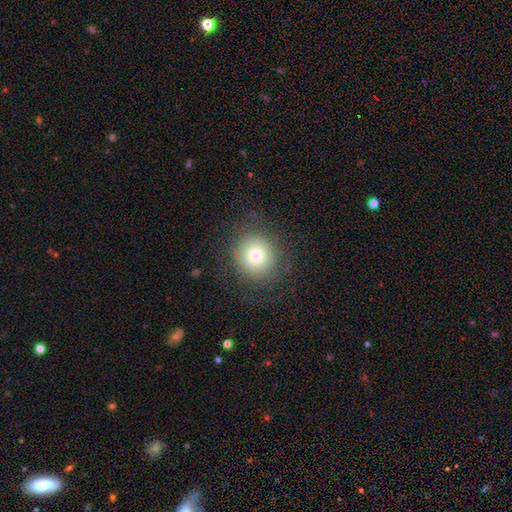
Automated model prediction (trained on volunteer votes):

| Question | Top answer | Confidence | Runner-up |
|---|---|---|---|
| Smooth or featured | smooth | 73% | featured or disk (16%) |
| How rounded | round | 91% | in between (8%) |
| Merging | none | 81% | minor disturbance (11%) |